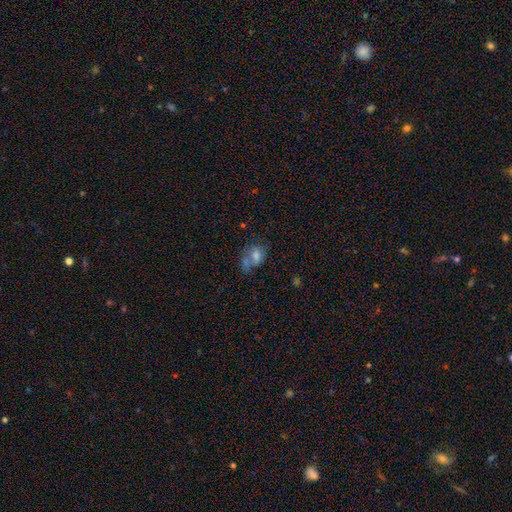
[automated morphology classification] smooth_or_featured: smooth (p=0.64) [alt: featured or disk p=0.23]
how_rounded: in between (p=0.69) [alt: round p=0.30]
merging: none (p=0.33) [tied with: merger p=0.33]